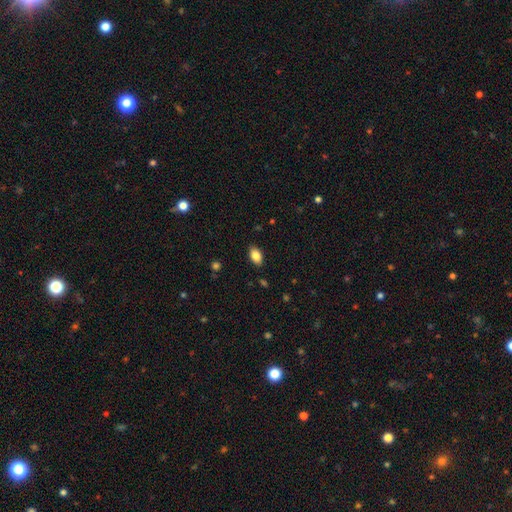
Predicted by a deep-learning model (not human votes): smooth-or-featured: smooth: 85% | star or artifact: 8% | featured or disk: 7%
  how-rounded: in between: 90% | round: 8% | cigar-shaped: 2%
  merging: none: 87% | minor disturbance: 10% | major disturbance: 2% | merger: 1%